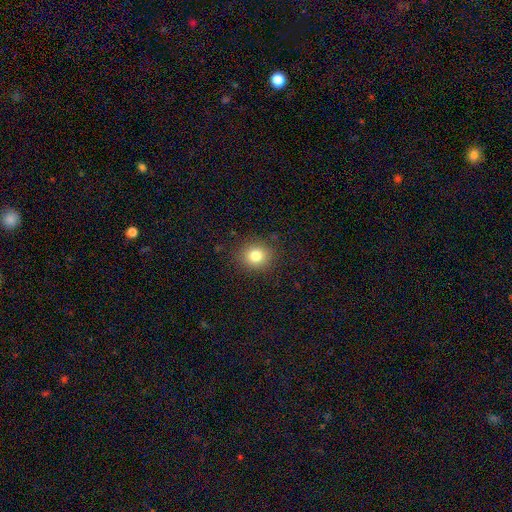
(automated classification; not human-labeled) A smooth galaxy with no disk features (81%) that is round (79%). Merging: none (88%).